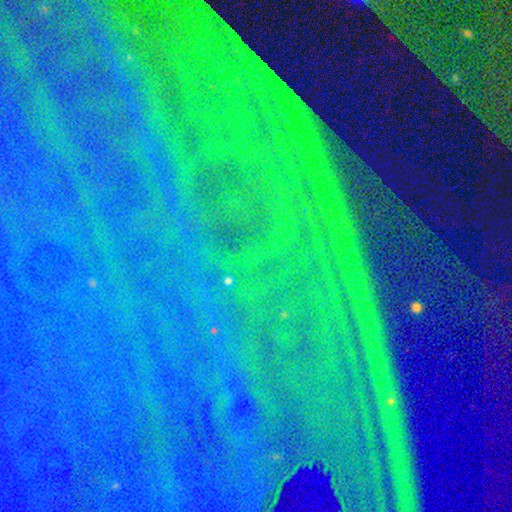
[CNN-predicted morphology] Smooth or featured: star or artifact — 88% (featured or disk — 6%)